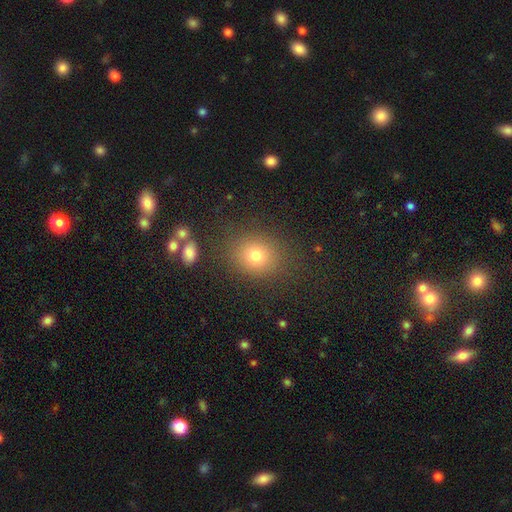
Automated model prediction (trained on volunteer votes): Overall: smooth (76%). How rounded: round (68%; in between 31%). Merging: none (82%).